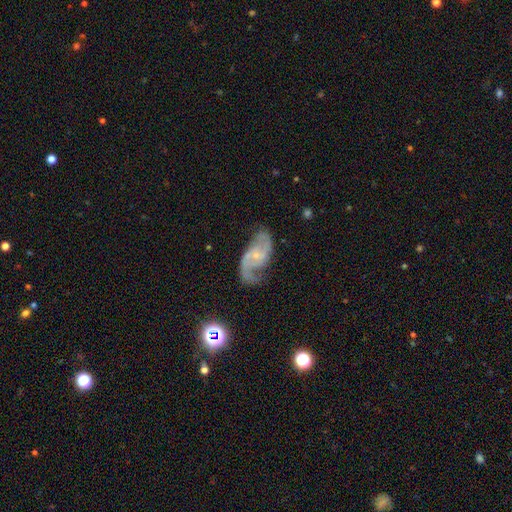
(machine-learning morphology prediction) smooth_or_featured: featured or disk (p=0.86) [alt: smooth p=0.07]
disk_edge_on: no (p=0.97) [alt: yes p=0.03]
bar: no (p=0.57) [alt: weak p=0.35]
has_spiral_arms: yes (p=0.96) [alt: no p=0.04]
spiral_winding: medium (p=0.47) [alt: loose p=0.37]
spiral_arm_count: 2 (p=0.88) [alt: can't tell p=0.04]
bulge_size: small (p=0.75) [alt: moderate p=0.17]
merging: none (p=0.64) [alt: minor disturbance p=0.21]